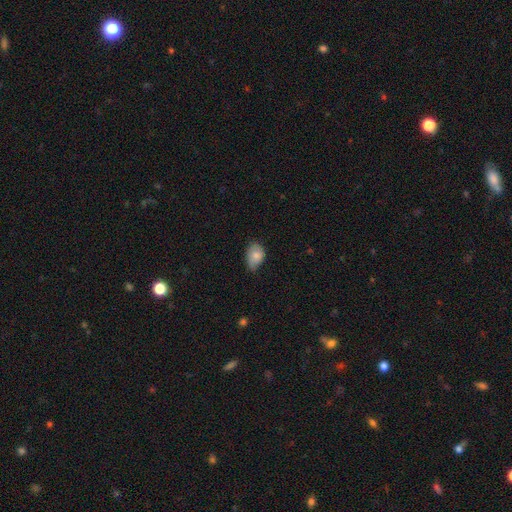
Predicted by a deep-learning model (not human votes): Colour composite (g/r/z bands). It shows a smooth galaxy with no disk features (77%) that is in between round and cigar-shaped (83%). Merging: none (48%).